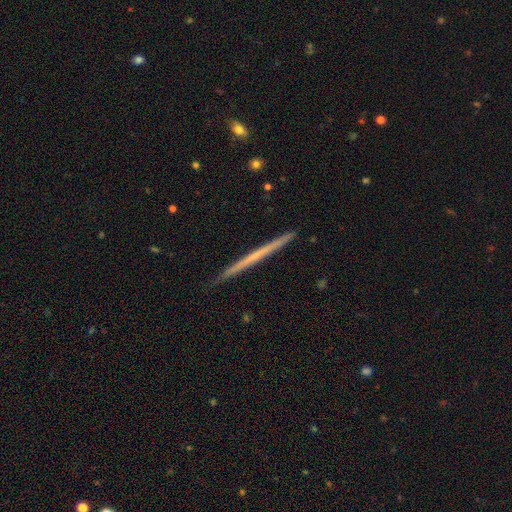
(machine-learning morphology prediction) Smooth or featured? Predicted: featured or disk (p=0.57). Edge-on disk? Predicted: yes (p=0.98). Edge-on bulge? Predicted: none (p=0.91). Merging? Predicted: none (p=0.91).